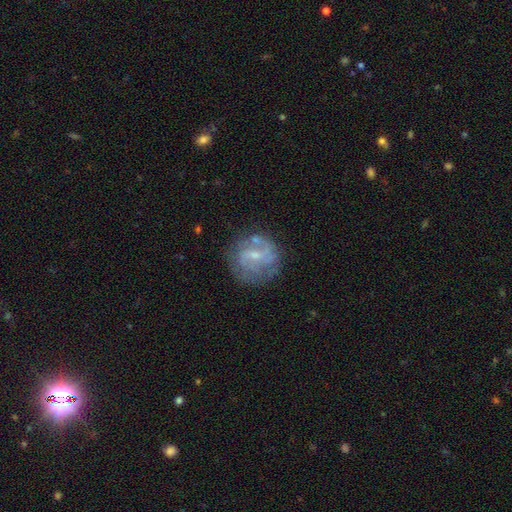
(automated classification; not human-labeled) The model was most divided on "spiral winding": medium: 43%, tight: 31%, loose: 25%. More confident: edge-on disk — no (98%); spiral arms — yes (82%); smooth or featured — featured or disk (73%); merging — none (69%); bulge size — small (62%); spiral arm count — 2 (60%); bar — weak (56%).